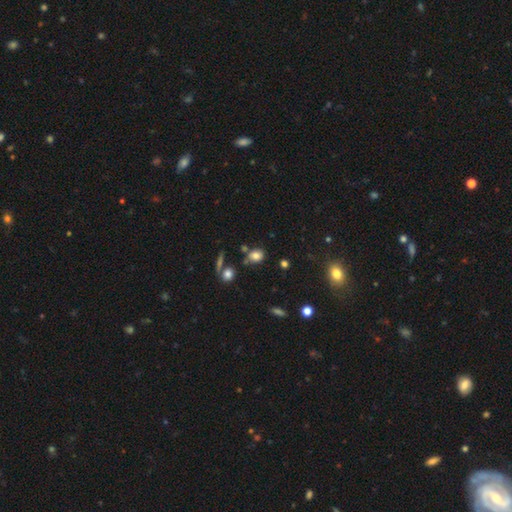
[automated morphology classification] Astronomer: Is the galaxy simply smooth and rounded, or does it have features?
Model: smooth — 77%.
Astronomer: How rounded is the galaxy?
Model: round — 50% (runner-up: in between, 49%).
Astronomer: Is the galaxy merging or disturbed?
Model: none — 70%.